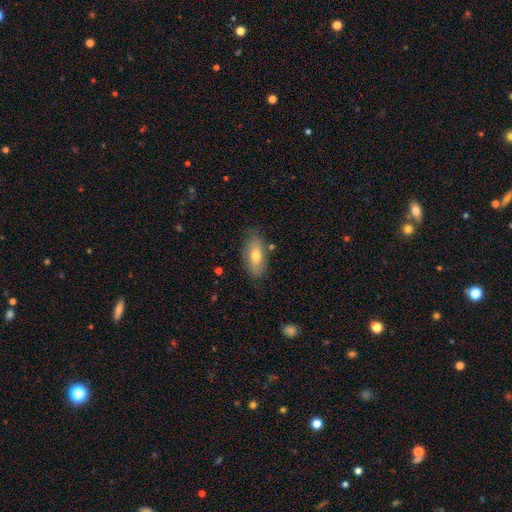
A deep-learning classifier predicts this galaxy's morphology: smooth_or_featured: smooth (p=0.69) [alt: featured or disk p=0.24]
how_rounded: in between (p=0.84) [alt: cigar-shaped p=0.12]
merging: none (p=0.81) [alt: minor disturbance p=0.14]